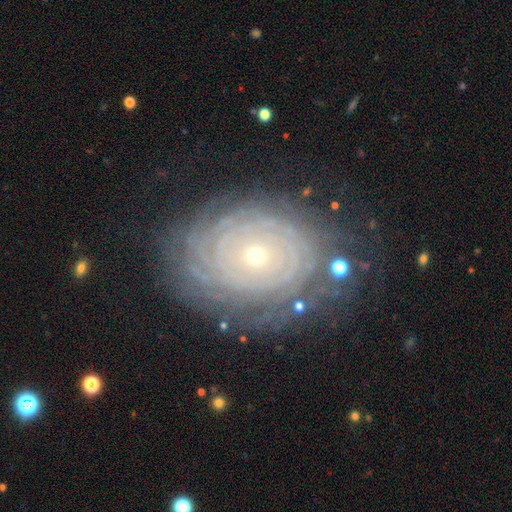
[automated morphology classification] The model was most divided on "spiral arm count": can't tell: 42%, more than 4: 23%, 4: 12%, 2: 9%, 3: 8%, 1: 6%. More confident: edge-on disk — no (96%); spiral arms — yes (91%); spiral winding — tight (89%); bar — no (86%); smooth or featured — featured or disk (82%); merging — none (77%); bulge size — small (70%).